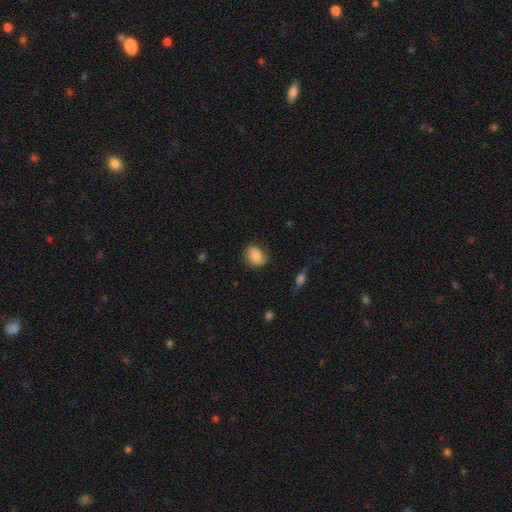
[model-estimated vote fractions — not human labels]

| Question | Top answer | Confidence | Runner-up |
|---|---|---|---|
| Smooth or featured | smooth | 76% | featured or disk (15%) |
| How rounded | in between | 55% | round (44%) |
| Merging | none | 68% | minor disturbance (24%) |